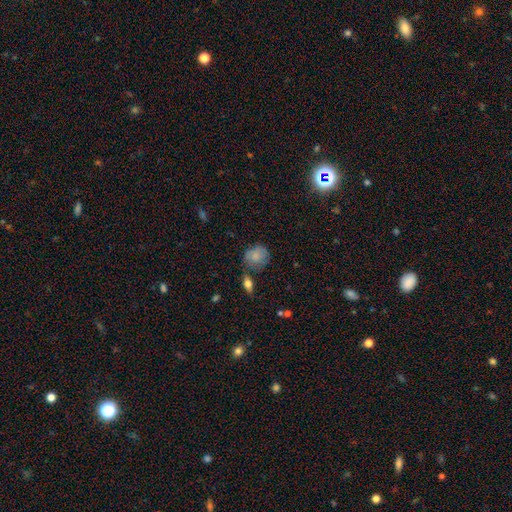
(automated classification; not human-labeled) A smooth galaxy with no disk features (77%) that is round (72%). Merging: none (58%).